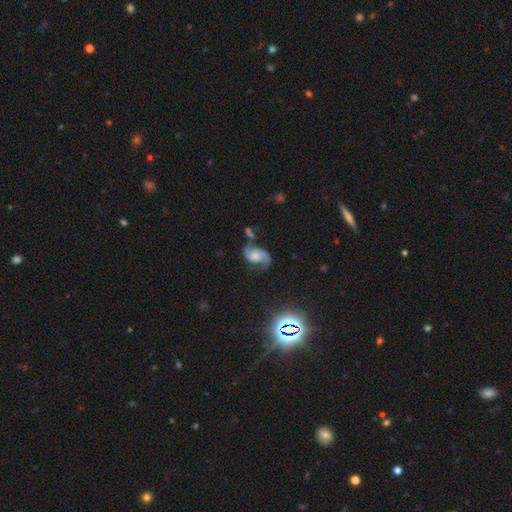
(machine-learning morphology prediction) This appears to be a featured or disk galaxy (76%) with no bar (64%), 2 (88%) medium (43%, tied with loose) spiral arms (95%) and a moderate central bulge (39%). Merging: none (57%).